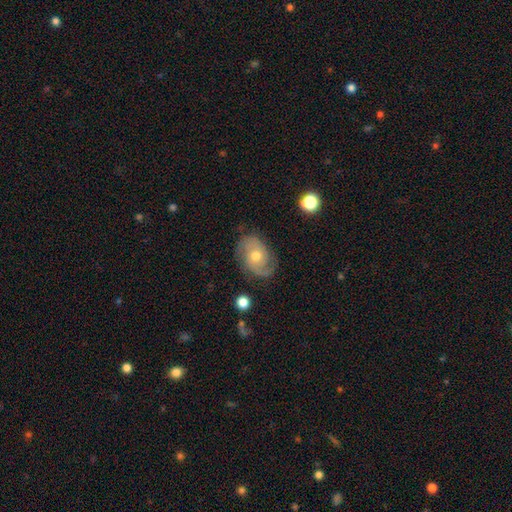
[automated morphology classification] smooth_or_featured: featured or disk (p=0.75) [alt: smooth p=0.18]
disk_edge_on: no (p=0.96) [alt: yes p=0.04]
bar: no (p=0.73) [alt: weak p=0.23]
has_spiral_arms: yes (p=0.91) [alt: no p=0.09]
spiral_winding: tight (p=0.43) [alt: medium p=0.40]
spiral_arm_count: 2 (p=0.66) [alt: can't tell p=0.16]
bulge_size: moderate (p=0.68) [alt: small p=0.27]
merging: none (p=0.75) [alt: minor disturbance p=0.17]